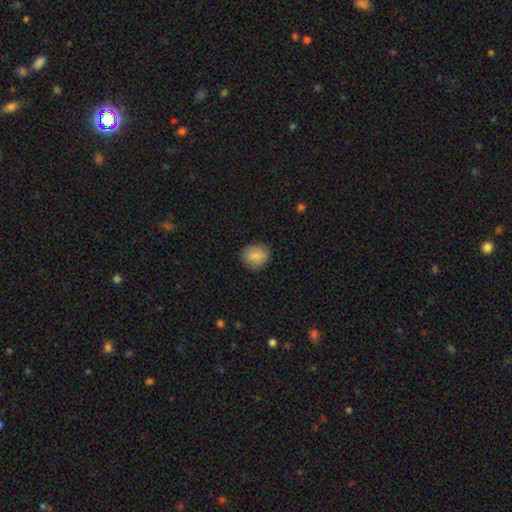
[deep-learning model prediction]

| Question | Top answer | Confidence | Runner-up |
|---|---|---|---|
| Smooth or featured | smooth | 83% | featured or disk (9%) |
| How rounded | round | 65% | in between (34%) |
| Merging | none | 80% | minor disturbance (16%) |